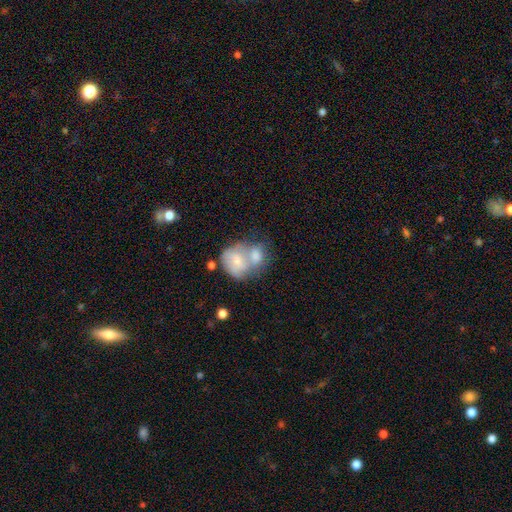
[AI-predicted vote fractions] Q: Smooth or featured?
A: smooth (63%); runner-up: featured or disk (30%)
Q: How rounded?
A: round (52%); runner-up: in between (46%)
Q: Merging?
A: merger (68%); runner-up: none (17%)